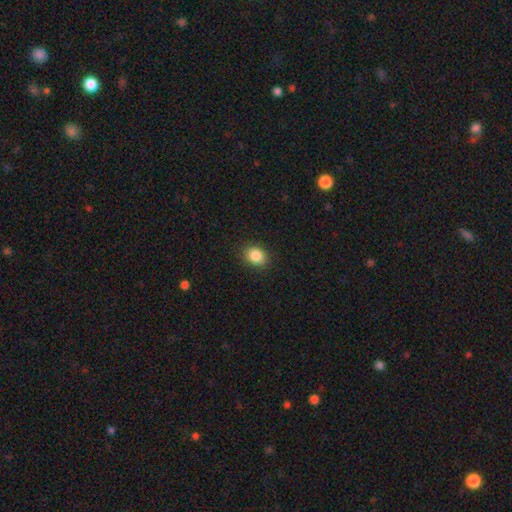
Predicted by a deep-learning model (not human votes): Morphology: type=smooth (86%); roundness=in between (59%); merging=none (88%).